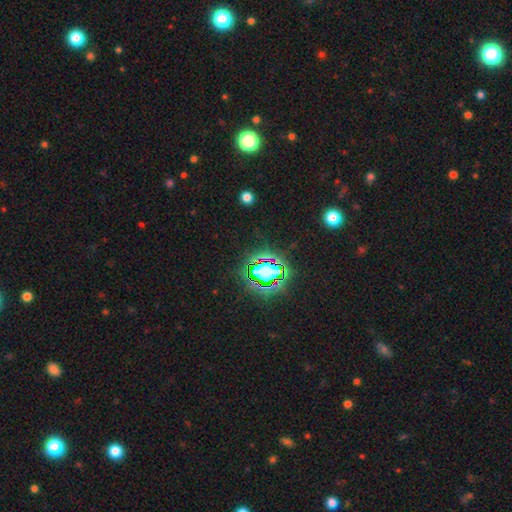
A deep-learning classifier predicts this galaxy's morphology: star or artifact 81%, smooth 12%, featured or disk 7%.